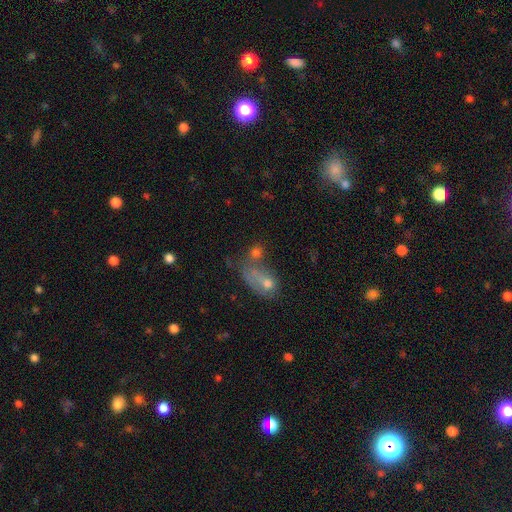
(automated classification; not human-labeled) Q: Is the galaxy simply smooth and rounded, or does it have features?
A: smooth — 65%.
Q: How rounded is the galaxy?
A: in between — 56%.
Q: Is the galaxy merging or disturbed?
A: merger — 38%.